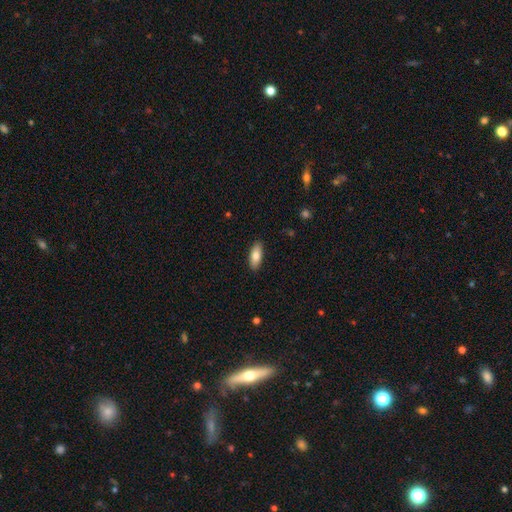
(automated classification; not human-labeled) A smooth galaxy with no disk features (81%) that is in between round and cigar-shaped (79%).

Vote fractions:
- Smooth or featured? smooth: 81% / featured or disk: 13% / star or artifact: 6%
- How rounded? in between: 79% / cigar-shaped: 19% / round: 2%
- Merging? none: 89% / minor disturbance: 8% / major disturbance: 2% / merger: 1%